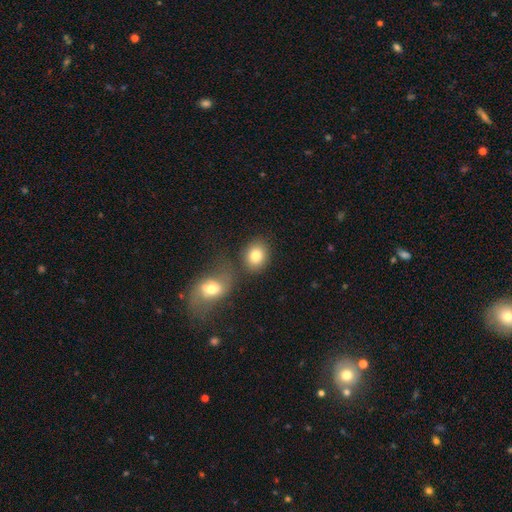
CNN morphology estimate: A smooth galaxy with no disk features (82%) that is round (63%). Merging: none (65%).